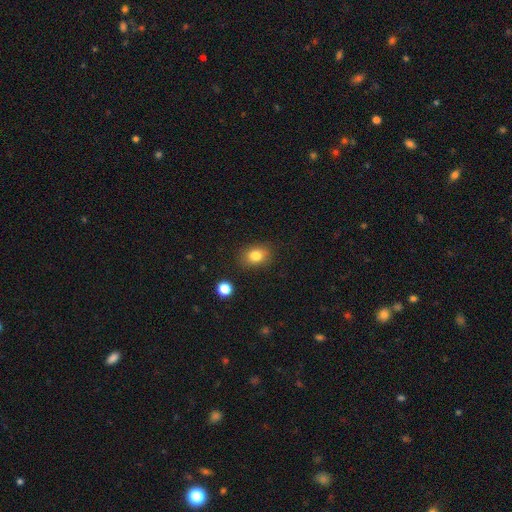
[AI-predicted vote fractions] Smooth or featured? Predicted: smooth (p=0.82). How rounded? Predicted: in between (p=0.60). Merging? Predicted: none (p=0.84).